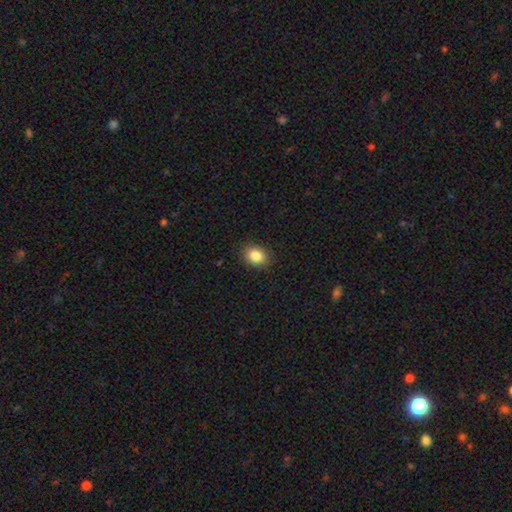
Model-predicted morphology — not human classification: type=smooth (85%); roundness=in between (60%); merging=none (89%).